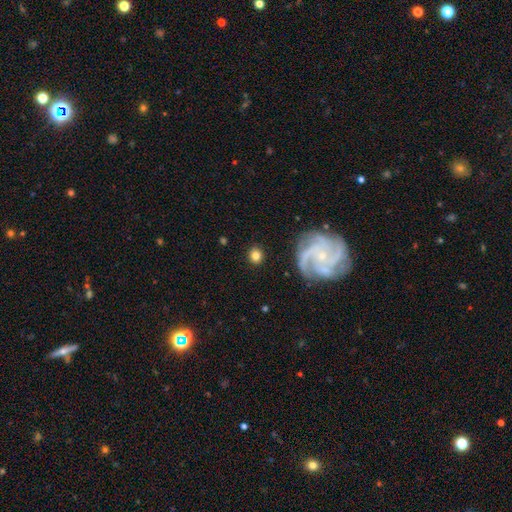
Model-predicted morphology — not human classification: This appears to be a smooth galaxy with no disk features (72%) that is round (81%). Merging: none (87%).